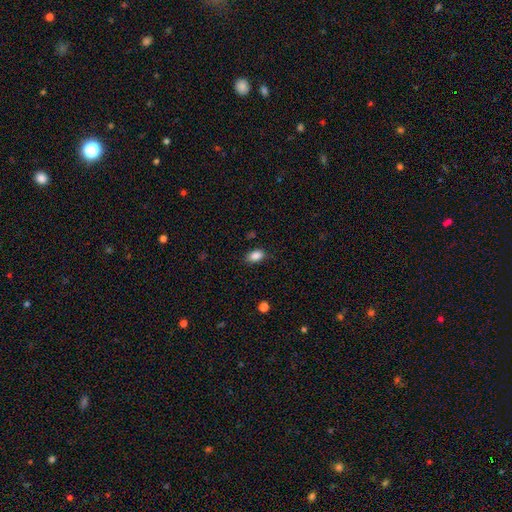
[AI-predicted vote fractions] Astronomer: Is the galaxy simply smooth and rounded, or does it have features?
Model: smooth — 87%.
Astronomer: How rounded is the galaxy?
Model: in between — 88%.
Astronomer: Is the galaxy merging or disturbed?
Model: none — 81%.